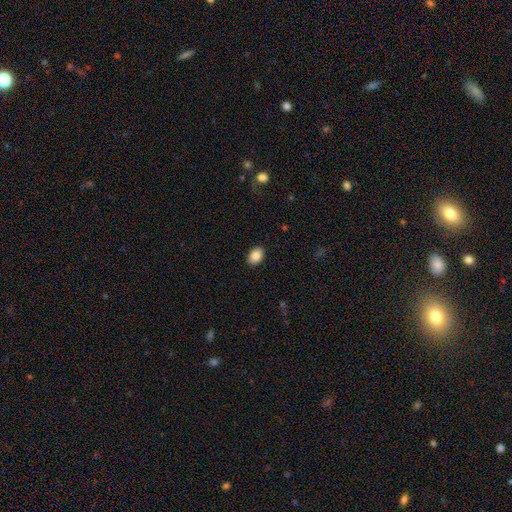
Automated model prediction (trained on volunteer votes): Smooth or featured?
  - smooth: 87% *
  - star or artifact: 8%
  - featured or disk: 5%
How rounded?
  - in between: 80% *
  - round: 19%
  - cigar-shaped: 1%
Merging?
  - none: 89% *
  - minor disturbance: 8%
  - major disturbance: 2%
  - merger: 1%